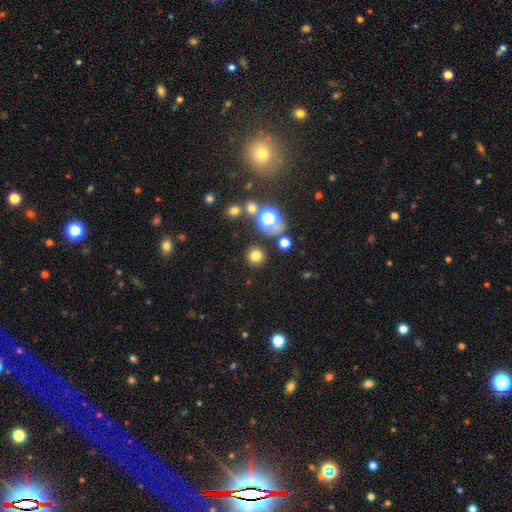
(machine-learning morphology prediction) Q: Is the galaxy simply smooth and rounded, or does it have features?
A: smooth — 75%.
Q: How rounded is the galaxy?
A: round — 94%.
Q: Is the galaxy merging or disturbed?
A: none — 88%.